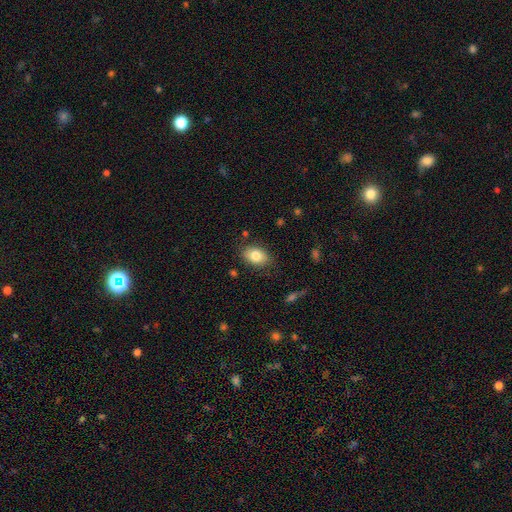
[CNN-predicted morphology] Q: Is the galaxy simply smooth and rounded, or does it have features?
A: smooth — 82%.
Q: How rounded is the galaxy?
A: in between — 82%.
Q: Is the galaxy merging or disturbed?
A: none — 82%.